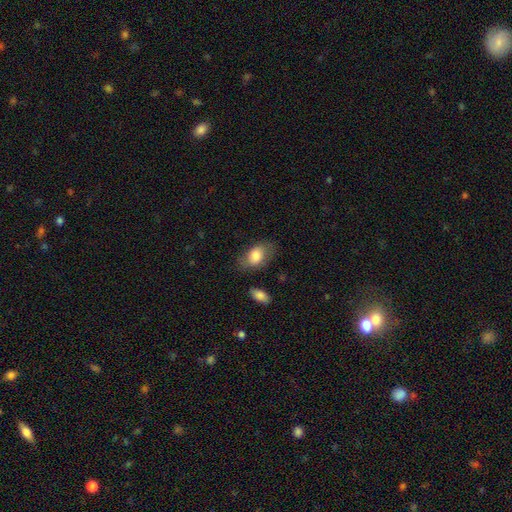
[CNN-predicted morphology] Smooth or featured?
  - smooth: 77% *
  - featured or disk: 16%
  - star or artifact: 7%
How rounded?
  - in between: 89% *
  - round: 9%
  - cigar-shaped: 2%
Merging?
  - none: 67% *
  - minor disturbance: 22%
  - major disturbance: 9%
  - merger: 3%